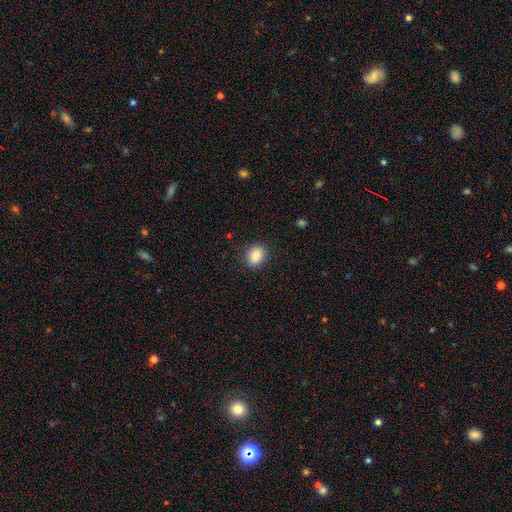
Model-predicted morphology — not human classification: Q: Smooth or featured?
A: smooth (88%); runner-up: star or artifact (8%)
Q: How rounded?
A: in between (60%); runner-up: round (39%)
Q: Merging?
A: none (87%); runner-up: minor disturbance (9%)